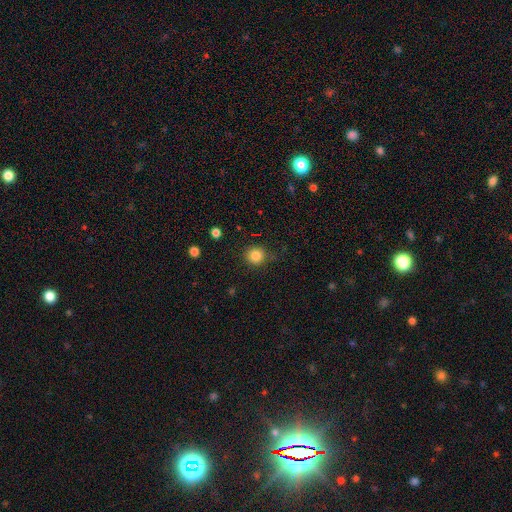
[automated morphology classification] smooth_or_featured: smooth (p=0.84) [alt: star or artifact p=0.11]
how_rounded: round (p=0.93) [alt: in between p=0.06]
merging: none (p=0.84) [alt: minor disturbance p=0.11]